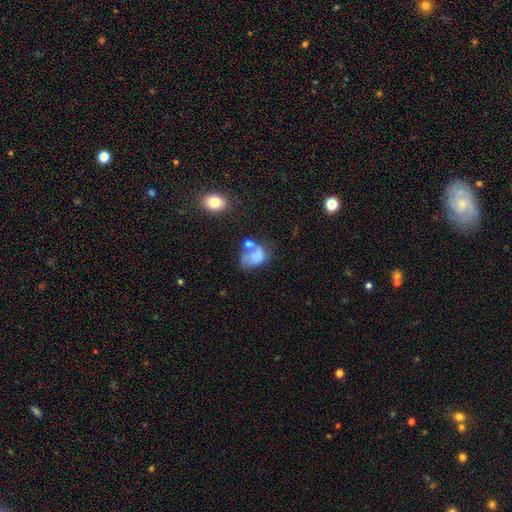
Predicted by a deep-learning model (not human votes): smooth-or-featured: smooth: 56% | featured or disk: 32% | star or artifact: 12%
  how-rounded: in between: 71% | round: 27% | cigar-shaped: 1%
  merging: major disturbance: 31% | merger: 27% | none: 23% | minor disturbance: 19%